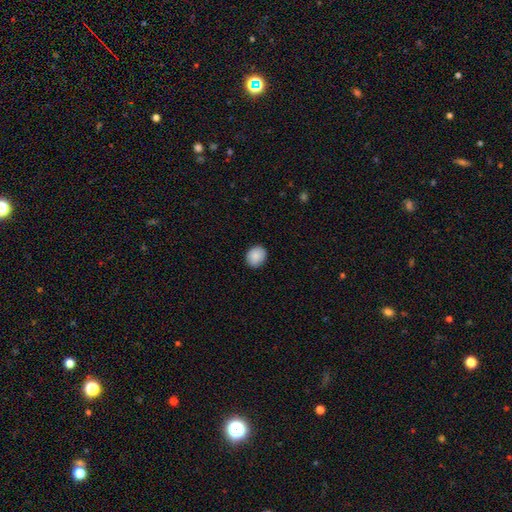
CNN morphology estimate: A smooth galaxy with no disk features (89%) that is round (64%).

Vote fractions:
- Smooth or featured? smooth: 89% / star or artifact: 7% / featured or disk: 4%
- How rounded? round: 64% / in between: 35% / cigar-shaped: 1%
- Merging? none: 89% / minor disturbance: 8% / major disturbance: 2% / merger: 1%